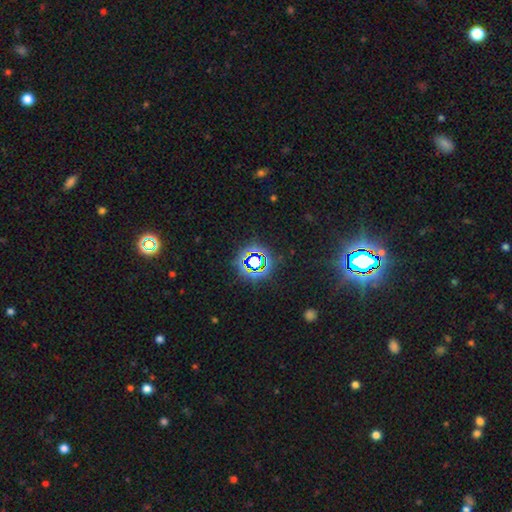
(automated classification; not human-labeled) This appears to be a star or artifact, not a galaxy (76%).